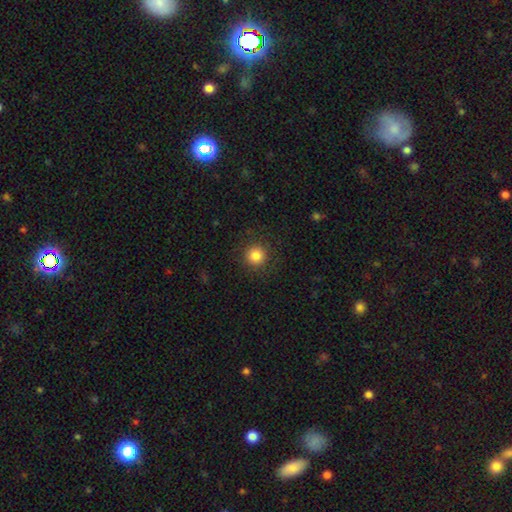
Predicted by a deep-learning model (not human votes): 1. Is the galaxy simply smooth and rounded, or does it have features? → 84% smooth, 11% star or artifact, 6% featured or disk.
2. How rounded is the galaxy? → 95% round, 4% in between, 1% cigar-shaped.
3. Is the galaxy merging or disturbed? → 90% none, 6% minor disturbance, 3% major disturbance, 1% merger.